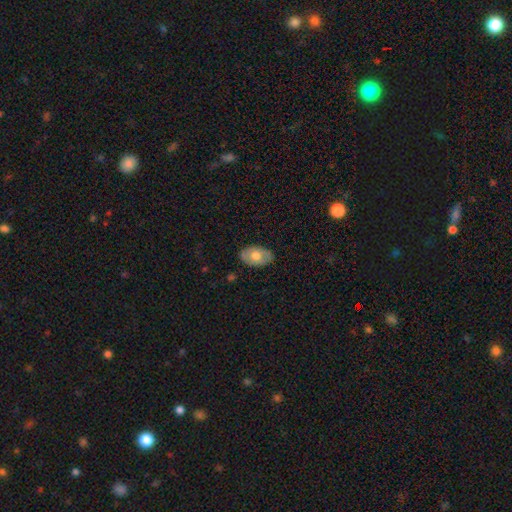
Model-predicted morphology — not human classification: Smooth or featured?
  - smooth: 65% *
  - featured or disk: 29%
  - star or artifact: 6%
How rounded?
  - in between: 91% *
  - round: 8%
  - cigar-shaped: 1%
Merging?
  - none: 82% *
  - minor disturbance: 14%
  - major disturbance: 3%
  - merger: 1%